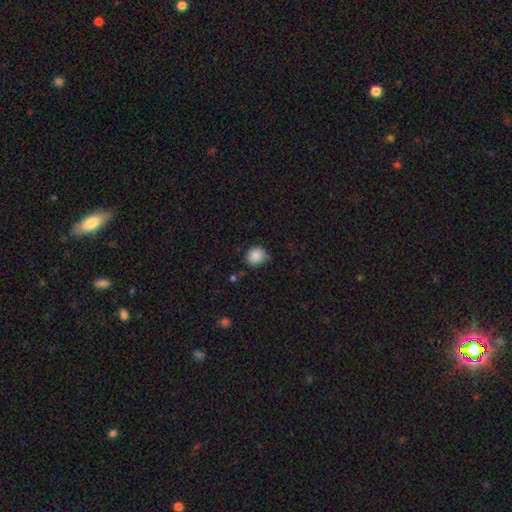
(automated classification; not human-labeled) A smooth galaxy with no disk features (87%) that is round (75%).

Vote fractions:
- Smooth or featured? smooth: 87% / star or artifact: 9% / featured or disk: 4%
- How rounded? round: 75% / in between: 24% / cigar-shaped: 1%
- Merging? none: 66% / minor disturbance: 27% / major disturbance: 4% / merger: 2%